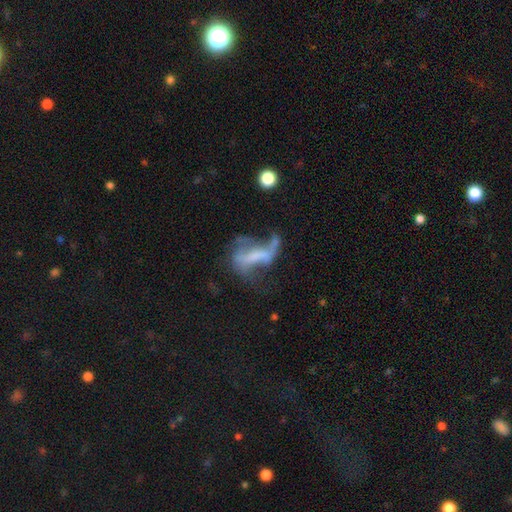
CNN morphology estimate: featured or disk 62%, smooth 25%, star or artifact 13%. Down the decision tree: edge-on disk — no (91%); bar — no (37%); spiral arms — no (55%); bulge size — none (53%); merging — major disturbance (44%).